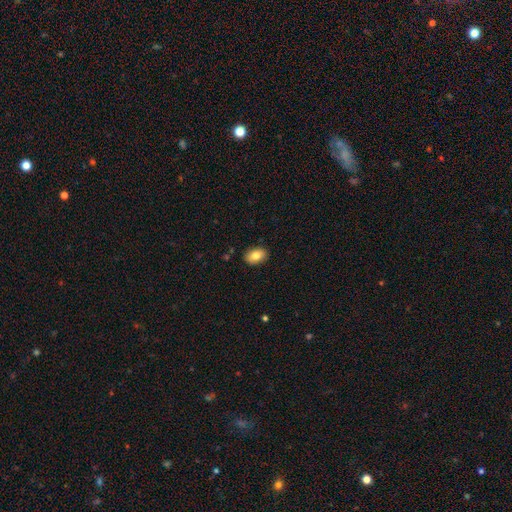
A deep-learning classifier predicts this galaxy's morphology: This is clearly a smooth galaxy (82%). How rounded: clearly in between (86%). Merging: clearly none (89%).